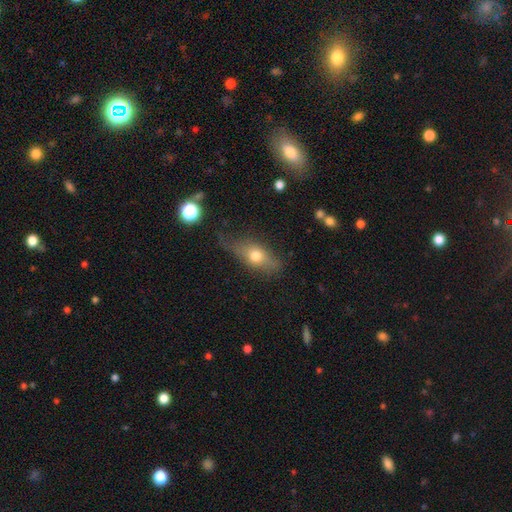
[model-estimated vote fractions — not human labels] Q: Smooth or featured?
A: smooth (60%); runner-up: featured or disk (30%)
Q: How rounded?
A: in between (68%); runner-up: cigar-shaped (17%)
Q: Merging?
A: none (53%); runner-up: minor disturbance (27%)